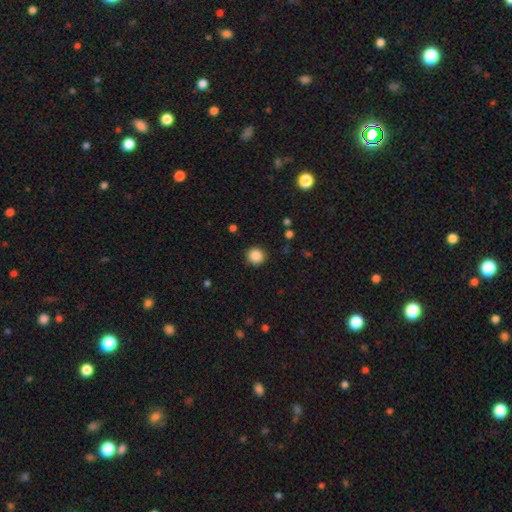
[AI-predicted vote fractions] Smooth or featured?
  - smooth: 87% *
  - star or artifact: 10%
  - featured or disk: 3%
How rounded?
  - round: 94% *
  - in between: 5%
  - cigar-shaped: 1%
Merging?
  - none: 91% *
  - minor disturbance: 6%
  - major disturbance: 2%
  - merger: 1%